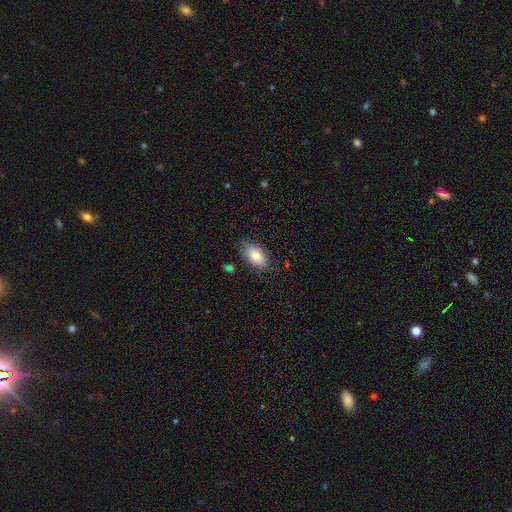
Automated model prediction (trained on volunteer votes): Smooth or featured: smooth — 84% (featured or disk — 9%)
How rounded: in between — 93% (round — 5%)
Merging: none — 80% (minor disturbance — 15%)